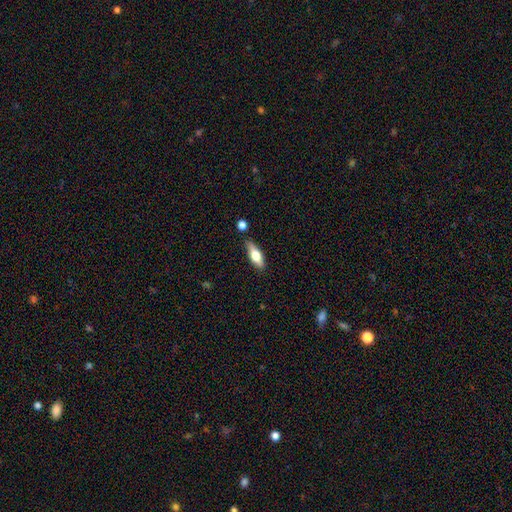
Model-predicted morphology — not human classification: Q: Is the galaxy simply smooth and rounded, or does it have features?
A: smooth — 60%.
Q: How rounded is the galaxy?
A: in between — 57%.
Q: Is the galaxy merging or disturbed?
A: none — 79%.